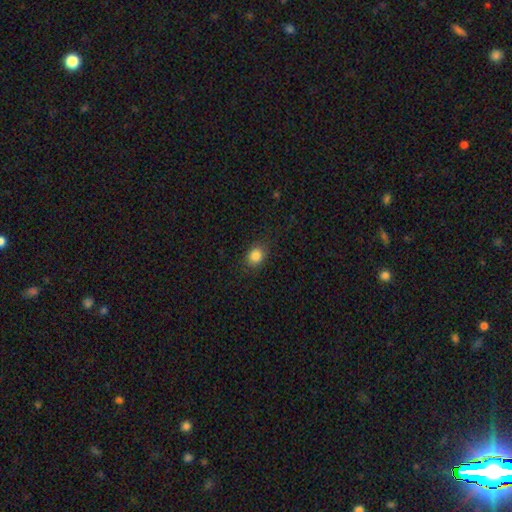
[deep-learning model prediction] smooth_or_featured: smooth (p=0.85) [alt: star or artifact p=0.10]
how_rounded: round (p=0.57) [alt: in between p=0.42]
merging: none (p=0.86) [alt: minor disturbance p=0.10]